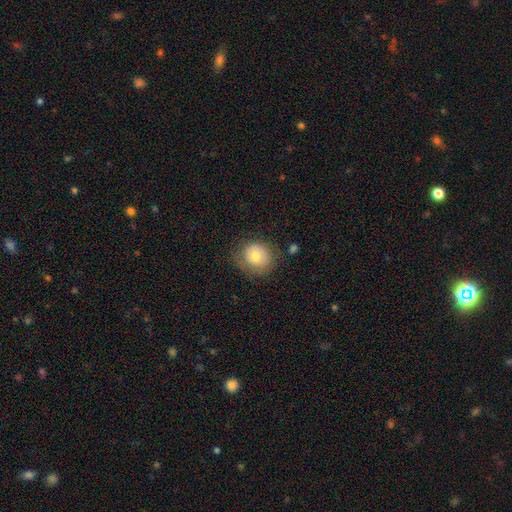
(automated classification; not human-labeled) Smooth or featured: smooth — 68% (featured or disk — 23%)
How rounded: round — 82% (in between — 17%)
Merging: none — 69% (minor disturbance — 21%)